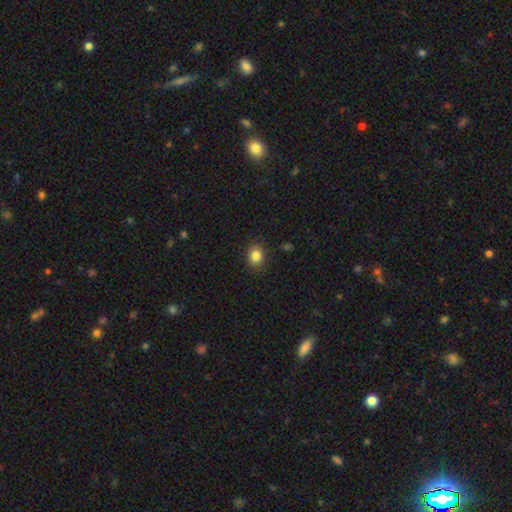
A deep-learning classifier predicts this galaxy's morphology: smooth 84%, star or artifact 11%, featured or disk 5%. Down the decision tree: how rounded — round (60%); merging — none (89%).